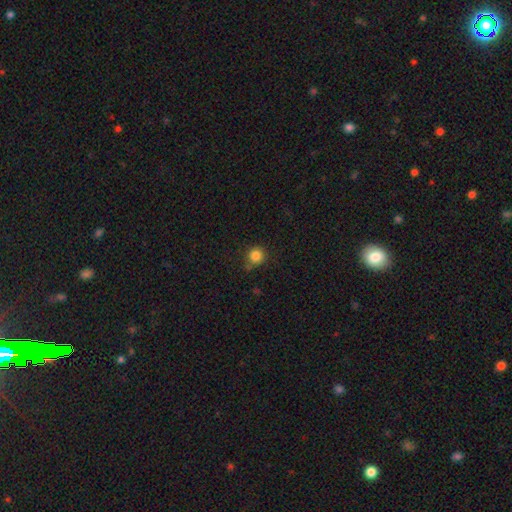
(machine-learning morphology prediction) smooth-or-featured: smooth: 84% | star or artifact: 12% | featured or disk: 5%
  how-rounded: round: 91% | in between: 8% | cigar-shaped: 1%
  merging: none: 72% | minor disturbance: 19% | major disturbance: 5% | merger: 4%